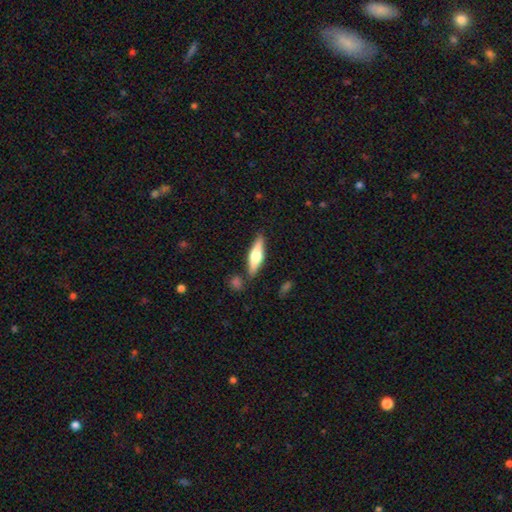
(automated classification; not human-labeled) Q: Smooth or featured?
A: featured or disk (51%); runner-up: smooth (43%)
Q: Edge-on disk?
A: yes (94%); runner-up: no (6%)
Q: Merging?
A: none (84%); runner-up: minor disturbance (10%)